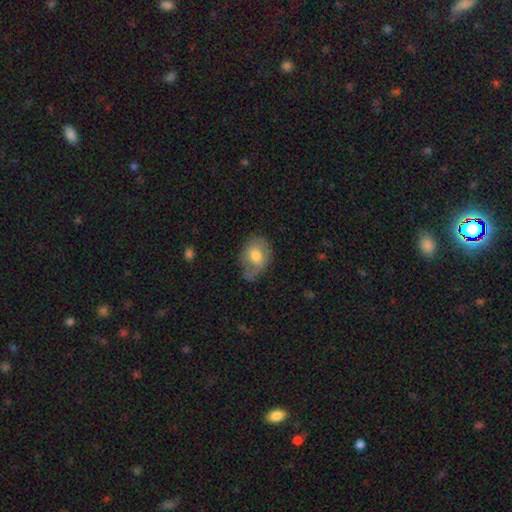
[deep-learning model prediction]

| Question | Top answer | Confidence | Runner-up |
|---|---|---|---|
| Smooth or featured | smooth | 66% | featured or disk (26%) |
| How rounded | in between | 68% | round (31%) |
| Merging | none | 50% | minor disturbance (35%) |